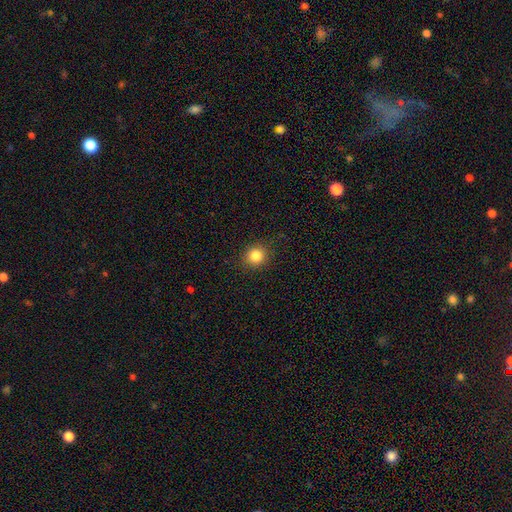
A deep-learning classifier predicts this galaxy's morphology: The model was most divided on "smooth or featured": smooth: 84%, star or artifact: 11%, featured or disk: 5%. More confident: merging — none (89%); how rounded — round (87%).